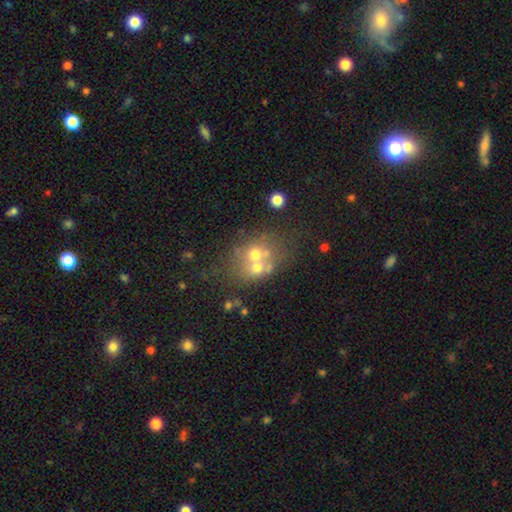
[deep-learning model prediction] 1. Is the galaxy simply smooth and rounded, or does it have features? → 49% smooth, 35% featured or disk, 17% star or artifact.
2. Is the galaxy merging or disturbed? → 49% merger, 35% none, 9% minor disturbance, 6% major disturbance.